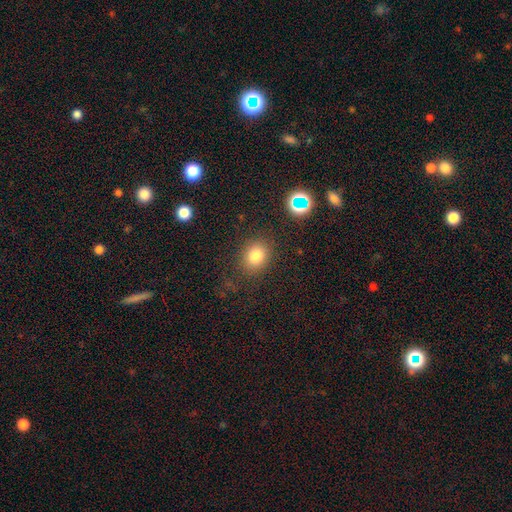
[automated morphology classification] This appears to be a smooth galaxy with no disk features (80%) that is round (57%). Merging: none (83%).